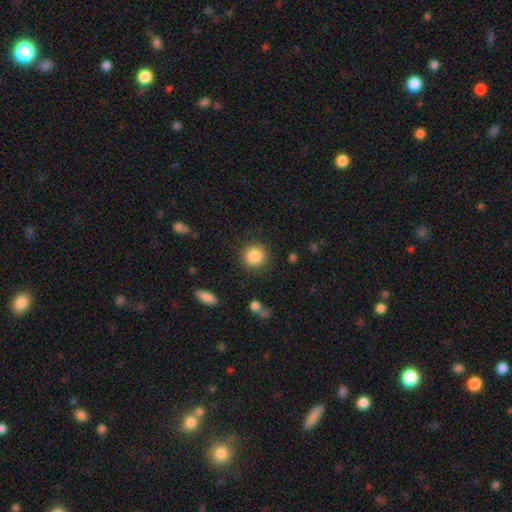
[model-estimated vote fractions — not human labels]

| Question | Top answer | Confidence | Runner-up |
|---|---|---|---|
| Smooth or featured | smooth | 86% | star or artifact (9%) |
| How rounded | round | 91% | in between (8%) |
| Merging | none | 89% | minor disturbance (7%) |